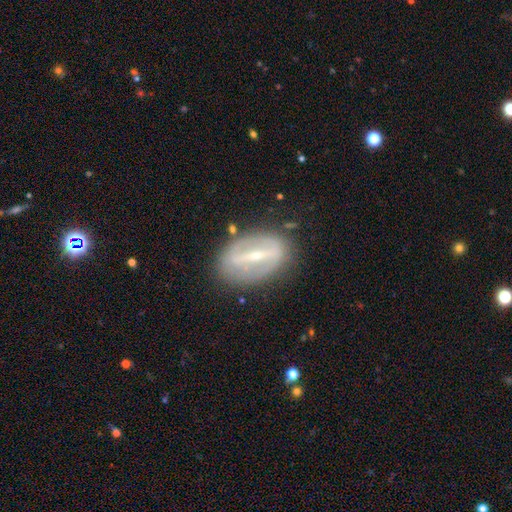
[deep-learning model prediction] Smooth or featured? featured or disk (77%)
Edge-on disk? no (84%)
Bar? strong (77%)
Spiral arms? no (60%)
Bulge size? small (69%)
Merging? none (81%)